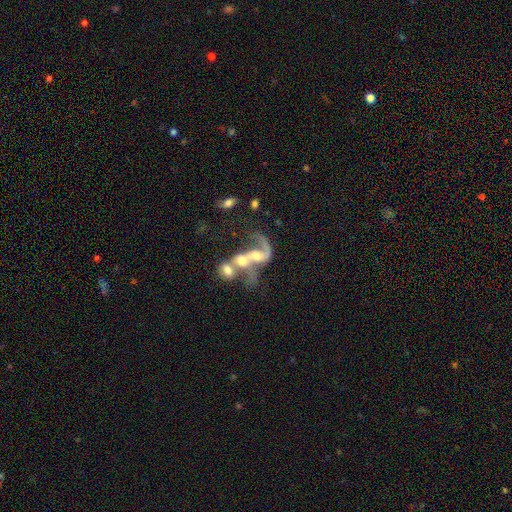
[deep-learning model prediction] This appears to be a featured or disk galaxy (75%) with no bar (52%), 2 (59%) loose (73%) spiral arms (76%) and a moderate central bulge (48%). Merging: merger (67%).